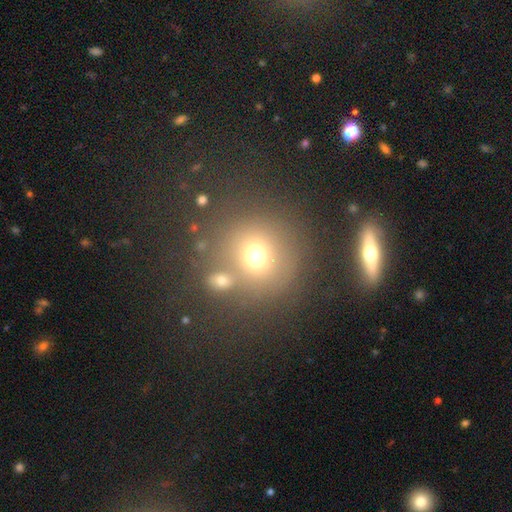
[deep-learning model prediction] Smooth or featured? smooth (69%)
How rounded? round (88%)
Merging? none (65%)